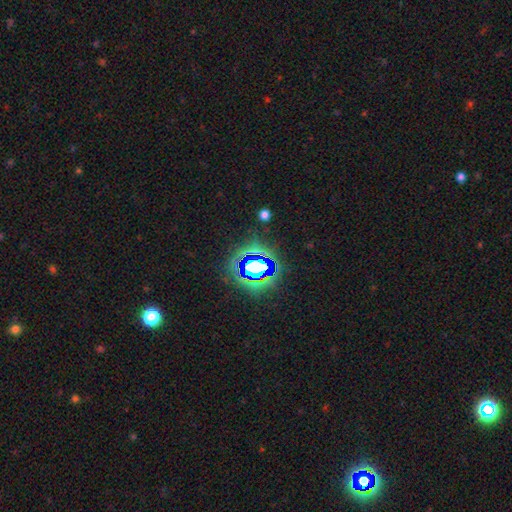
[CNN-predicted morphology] smooth-or-featured: star or artifact: 75% | smooth: 15% | featured or disk: 11%